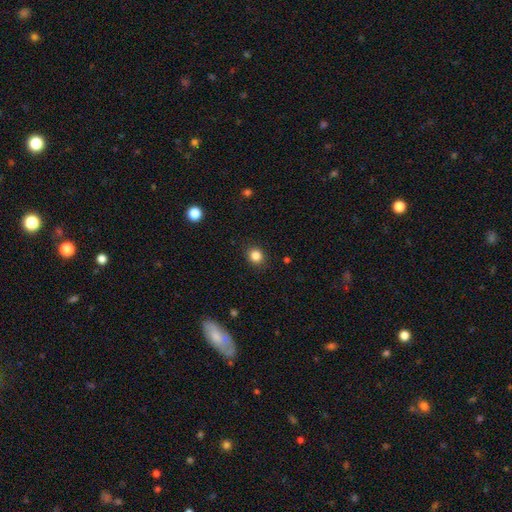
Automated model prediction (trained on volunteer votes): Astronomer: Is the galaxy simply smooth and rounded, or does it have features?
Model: smooth — 84%.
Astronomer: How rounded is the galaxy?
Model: round — 78%.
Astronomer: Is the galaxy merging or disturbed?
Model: none — 89%.